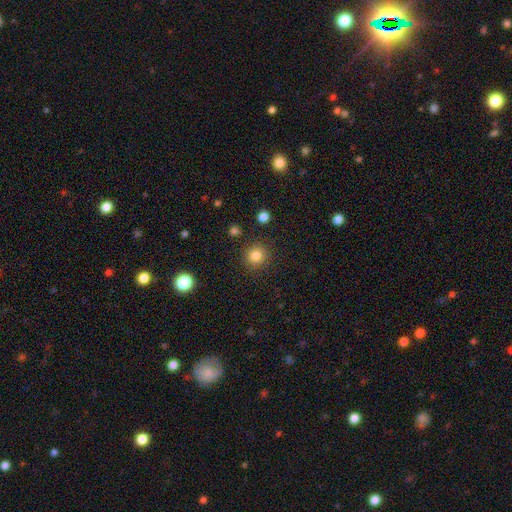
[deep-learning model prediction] Overall: smooth (83%). How rounded: round (92%). Merging: none (90%).